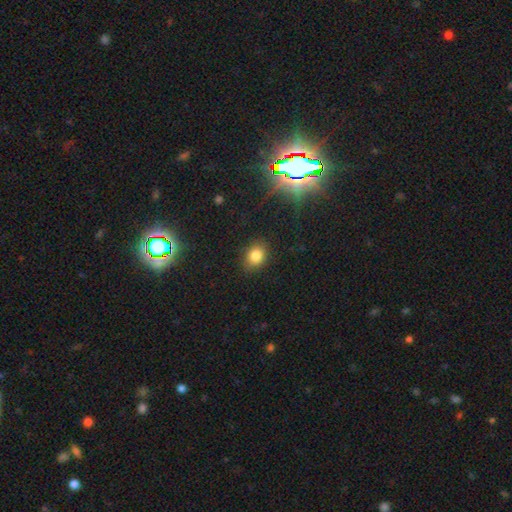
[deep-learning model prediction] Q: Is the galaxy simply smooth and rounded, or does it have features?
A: smooth — 82%.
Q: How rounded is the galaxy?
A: round — 50%.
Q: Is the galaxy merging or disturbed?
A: none — 84%.